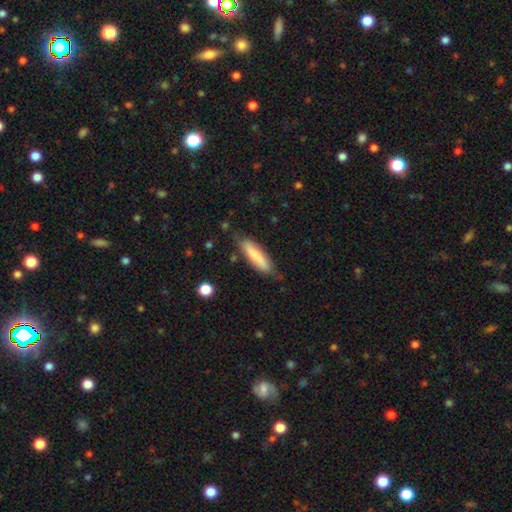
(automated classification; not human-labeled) This appears to be a smooth galaxy with no disk features (75%) that is cigar-shaped (68%). Merging: none (71%).